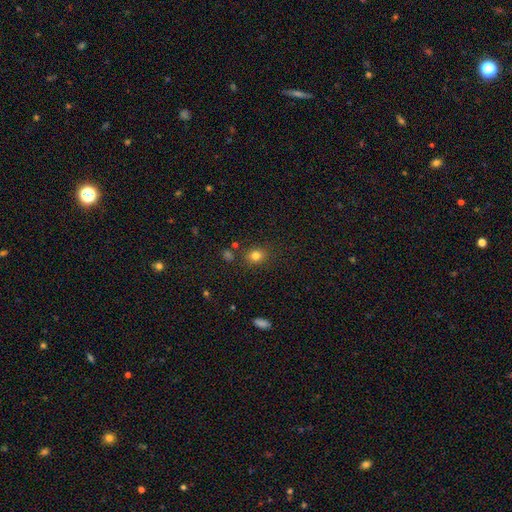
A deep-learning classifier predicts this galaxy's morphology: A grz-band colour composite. It shows a smooth galaxy with no disk features (80%) that is round (60%). Merging: none (81%).